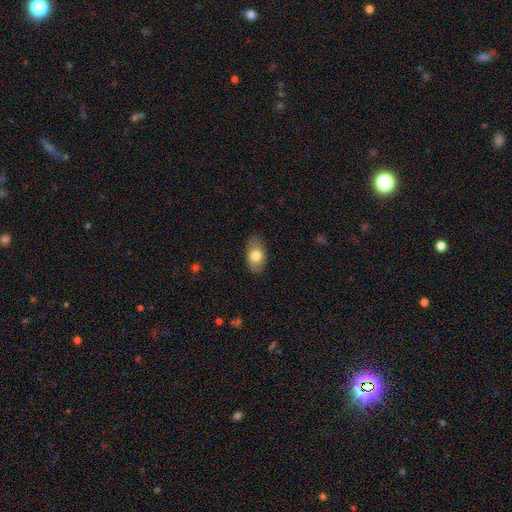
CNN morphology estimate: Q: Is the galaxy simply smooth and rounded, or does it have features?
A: smooth — 76%.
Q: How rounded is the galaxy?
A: in between — 90%.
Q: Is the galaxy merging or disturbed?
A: none — 84%.